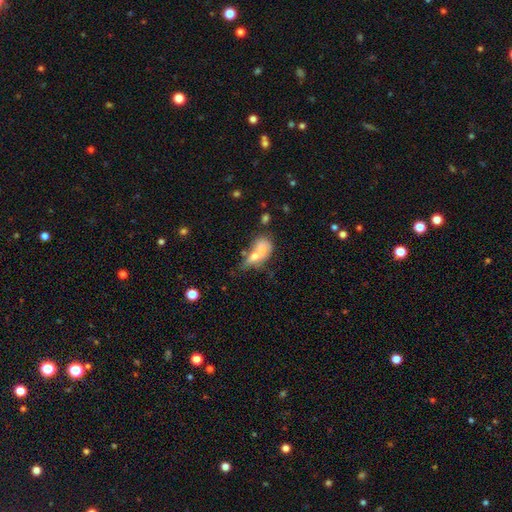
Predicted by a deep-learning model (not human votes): The model was most divided on "smooth or featured": smooth: 55%, featured or disk: 33%, star or artifact: 12%. More confident: how rounded — in between (74%); merging — merger (51%).